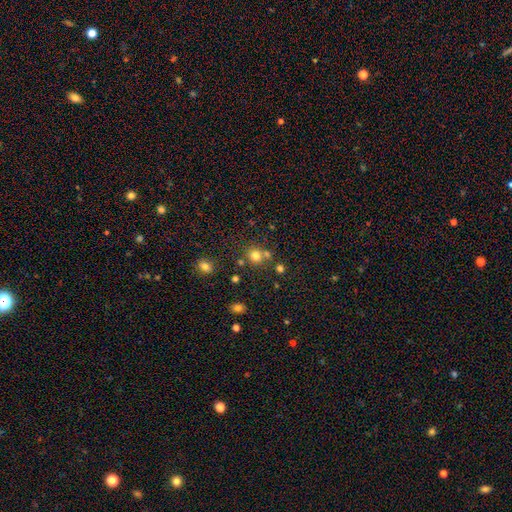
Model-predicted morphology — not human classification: Overall: smooth (76%). How rounded: round (86%). Merging: none (67%).